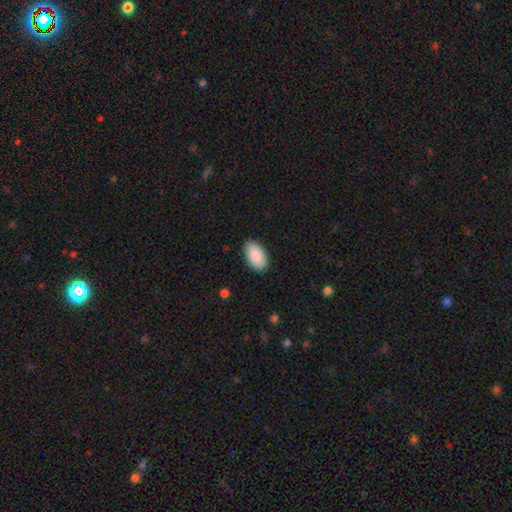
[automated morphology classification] type=smooth (89%); roundness=in between (96%); merging=none (88%).